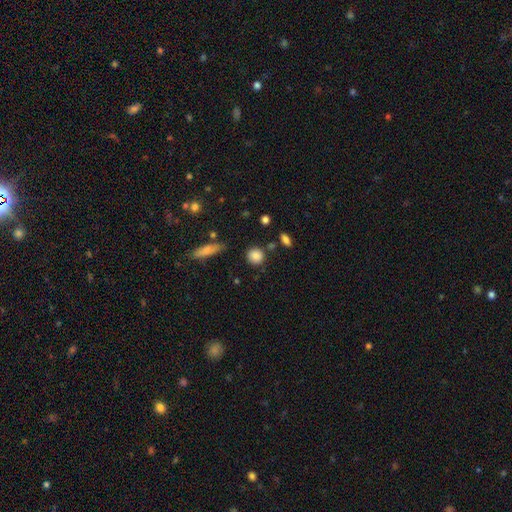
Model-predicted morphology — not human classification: A smooth galaxy with no disk features (85%) that is round (86%).

Vote fractions:
- Smooth or featured? smooth: 85% / star or artifact: 9% / featured or disk: 5%
- How rounded? round: 86% / in between: 12% / cigar-shaped: 2%
- Merging? none: 82% / minor disturbance: 10% / merger: 5% / major disturbance: 3%